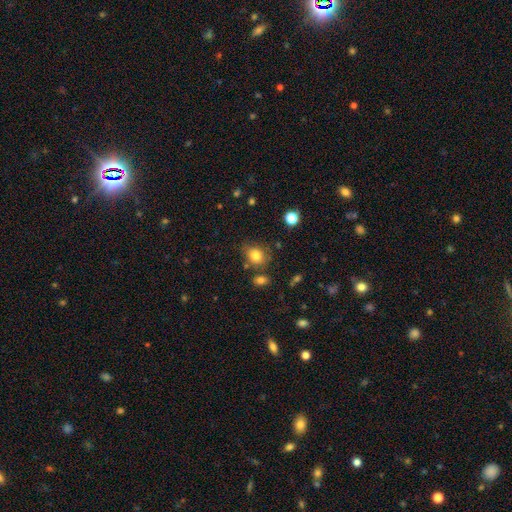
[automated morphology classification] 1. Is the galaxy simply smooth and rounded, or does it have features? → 81% smooth, 11% star or artifact, 8% featured or disk.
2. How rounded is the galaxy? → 54% round, 45% in between, 1% cigar-shaped.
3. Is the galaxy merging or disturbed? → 70% none, 17% minor disturbance, 8% merger, 5% major disturbance.